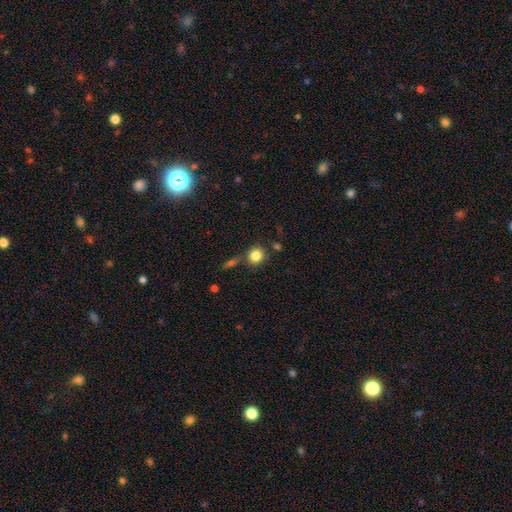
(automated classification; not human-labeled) The model was most divided on "merging": none: 73%, minor disturbance: 12%, merger: 11%, major disturbance: 4%. More confident: how rounded — round (85%); smooth or featured — smooth (82%).